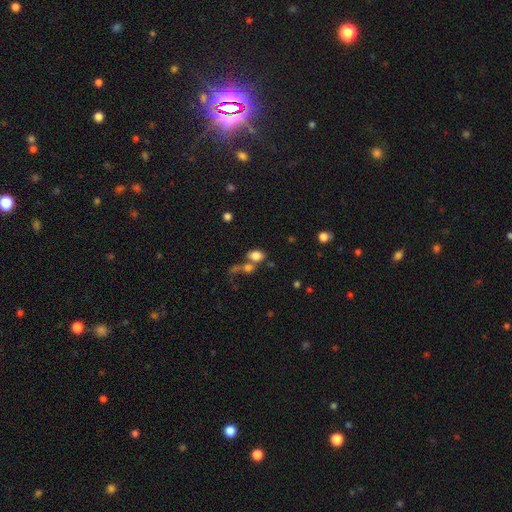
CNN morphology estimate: This is likely a smooth galaxy (80%). How rounded: likely in between (79%). Merging: marginally merger (42%).